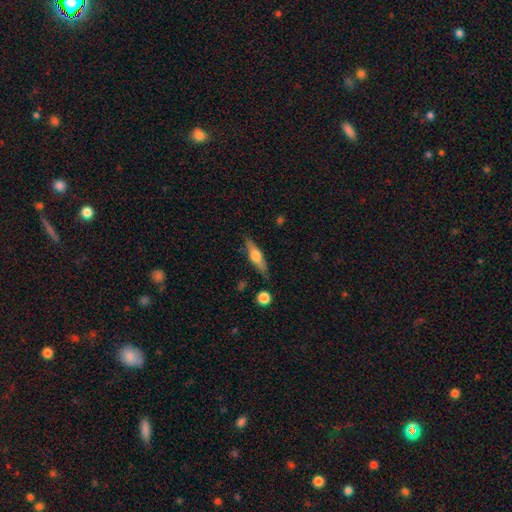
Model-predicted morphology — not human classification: type=featured or disk (55%); edge-on=yes (93%); edge-on bulge=rounded (92%); merging=none (83%).